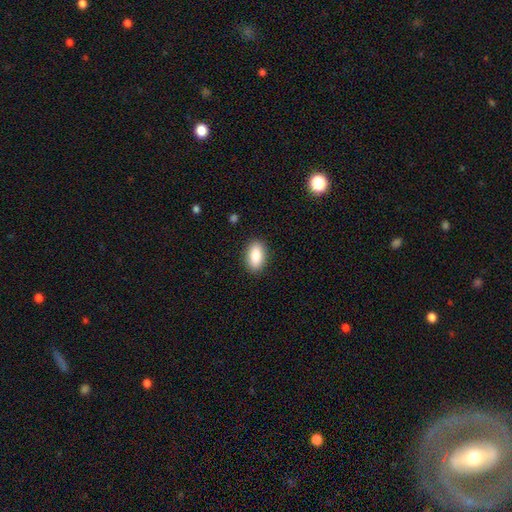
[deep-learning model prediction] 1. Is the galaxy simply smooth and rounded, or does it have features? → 88% smooth, 7% star or artifact, 5% featured or disk.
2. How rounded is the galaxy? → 92% in between, 4% round, 4% cigar-shaped.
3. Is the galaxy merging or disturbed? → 88% none, 8% minor disturbance, 2% major disturbance, 1% merger.